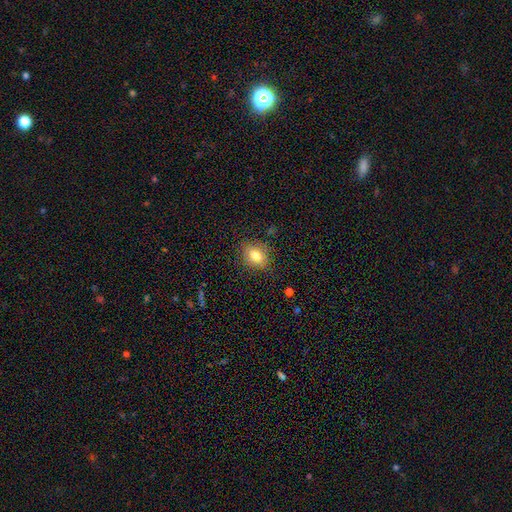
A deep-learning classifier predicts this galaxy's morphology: Q: Smooth or featured?
A: smooth (79%); runner-up: featured or disk (10%)
Q: How rounded?
A: in between (53%); runner-up: round (45%)
Q: Merging?
A: none (81%); runner-up: minor disturbance (14%)